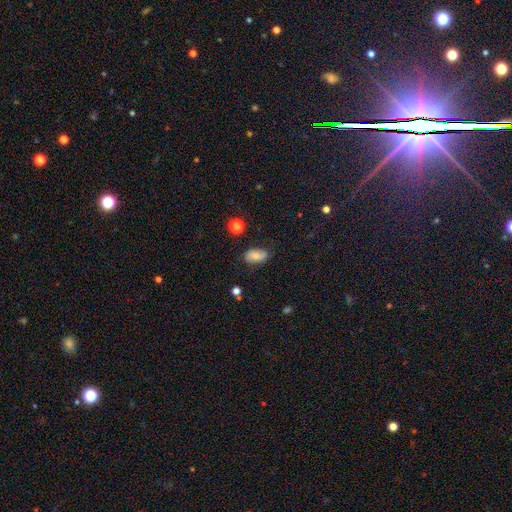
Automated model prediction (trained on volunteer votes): A smooth galaxy with no disk features (68%) that is in between round and cigar-shaped (90%).

Vote fractions:
- Smooth or featured? smooth: 68% / featured or disk: 22% / star or artifact: 10%
- How rounded? in between: 90% / round: 7% / cigar-shaped: 3%
- Merging? none: 76% / minor disturbance: 19% / major disturbance: 4% / merger: 2%